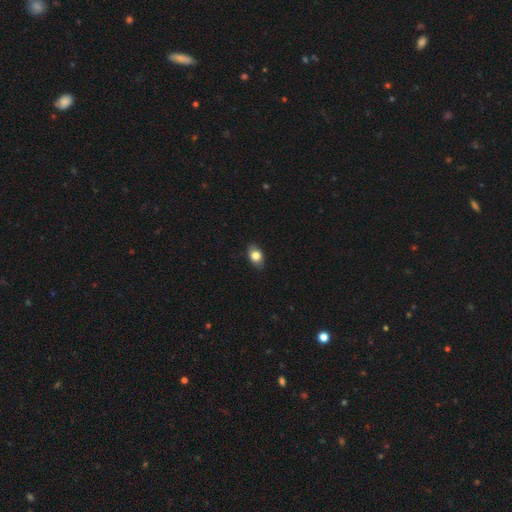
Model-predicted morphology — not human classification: smooth 80%, featured or disk 13%, star or artifact 8%. Down the decision tree: how rounded — in between (84%); merging — none (86%).